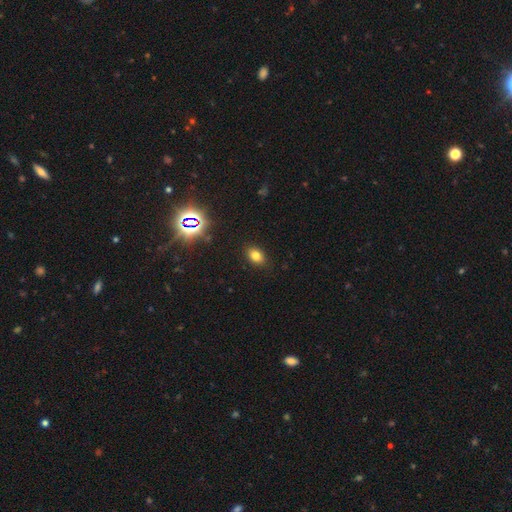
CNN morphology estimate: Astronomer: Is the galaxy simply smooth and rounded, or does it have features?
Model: smooth — 76%.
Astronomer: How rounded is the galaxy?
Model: in between — 78%.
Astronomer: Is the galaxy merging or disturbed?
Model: none — 87%.